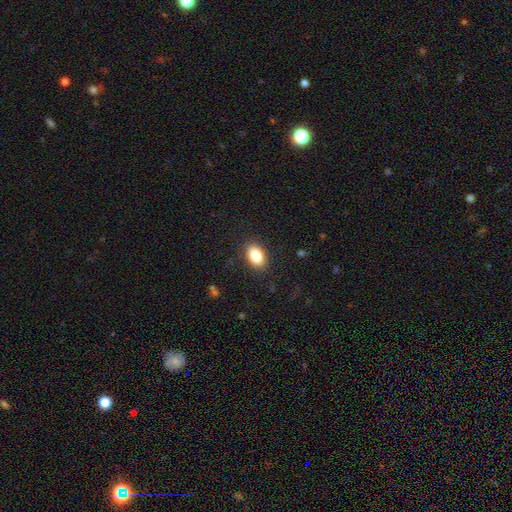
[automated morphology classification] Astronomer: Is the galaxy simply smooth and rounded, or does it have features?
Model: smooth — 85%.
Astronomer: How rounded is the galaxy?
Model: in between — 89%.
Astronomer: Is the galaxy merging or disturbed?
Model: none — 87%.